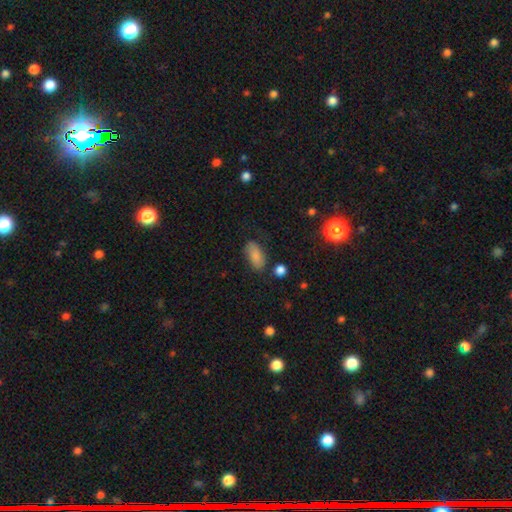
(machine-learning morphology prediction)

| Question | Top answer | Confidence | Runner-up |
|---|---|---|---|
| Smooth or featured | smooth | 82% | featured or disk (10%) |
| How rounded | in between | 91% | cigar-shaped (5%) |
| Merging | none | 67% | minor disturbance (22%) |